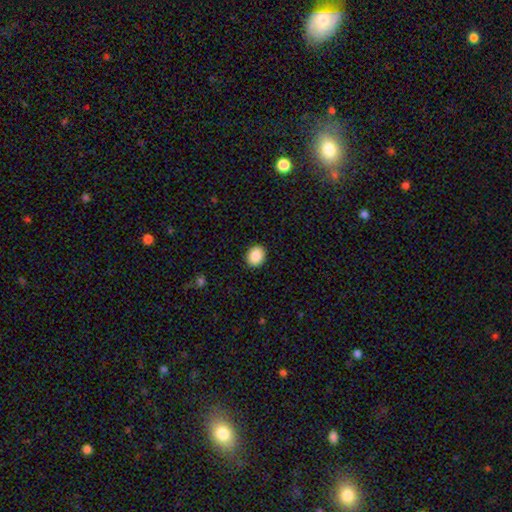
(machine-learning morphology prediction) Smooth or featured? Predicted: smooth (p=0.89). How rounded? Predicted: round (p=0.53). Merging? Predicted: none (p=0.91).